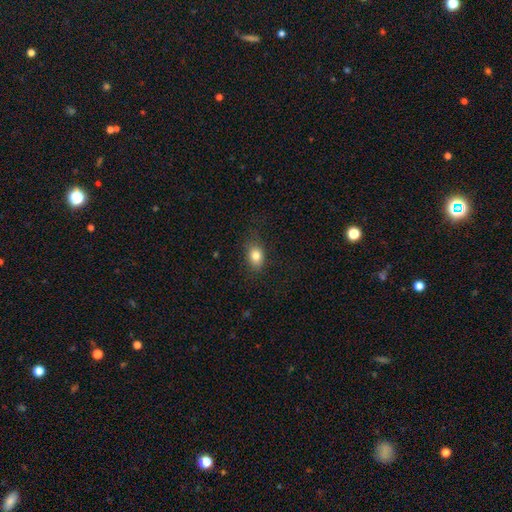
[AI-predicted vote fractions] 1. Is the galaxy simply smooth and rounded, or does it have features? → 81% smooth, 10% star or artifact, 9% featured or disk.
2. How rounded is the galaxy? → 67% in between, 32% round, 1% cigar-shaped.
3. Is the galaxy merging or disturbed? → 79% none, 16% minor disturbance, 5% major disturbance, 1% merger.